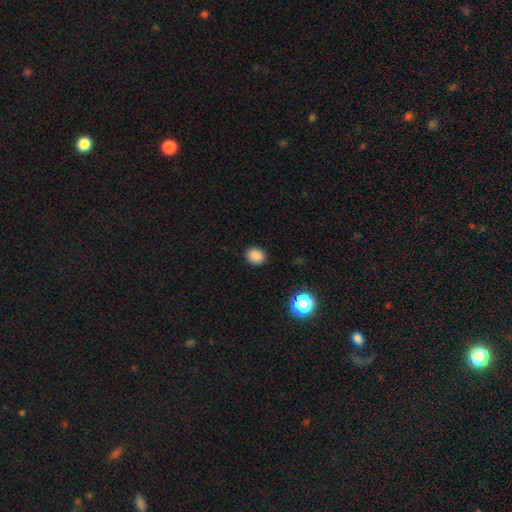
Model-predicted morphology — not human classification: Smooth or featured: smooth — 85% (star or artifact — 12%)
How rounded: round — 71% (in between — 28%)
Merging: none — 90% (minor disturbance — 7%)